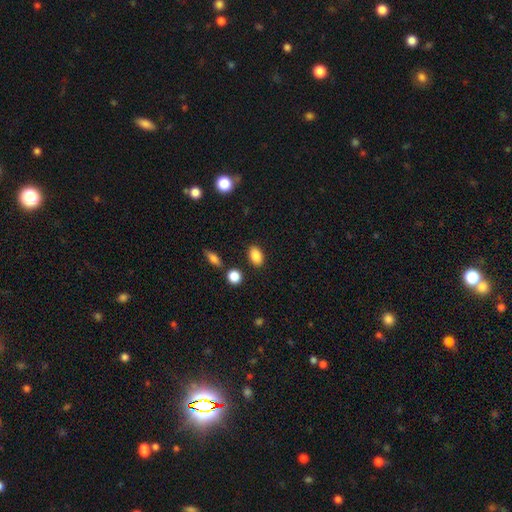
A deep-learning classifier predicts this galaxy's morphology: type=smooth (86%); roundness=in between (86%); merging=none (85%).